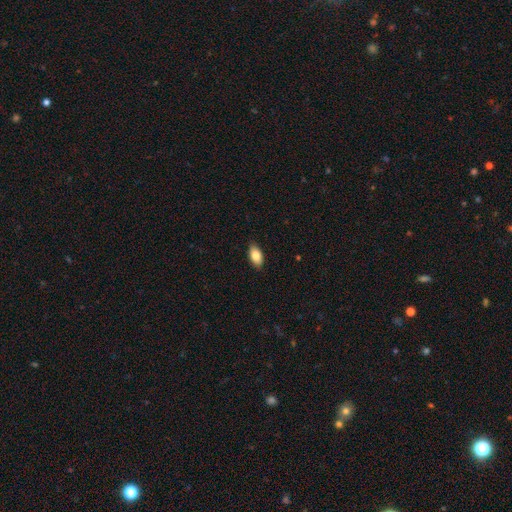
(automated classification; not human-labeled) This is clearly a smooth galaxy (83%). How rounded: clearly in between (92%). Merging: clearly none (87%).